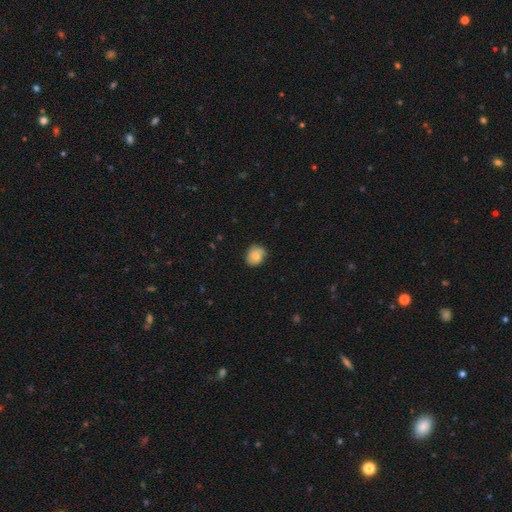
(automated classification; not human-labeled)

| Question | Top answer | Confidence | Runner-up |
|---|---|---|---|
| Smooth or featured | smooth | 74% | featured or disk (18%) |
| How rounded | round | 62% | in between (37%) |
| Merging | none | 72% | minor disturbance (22%) |